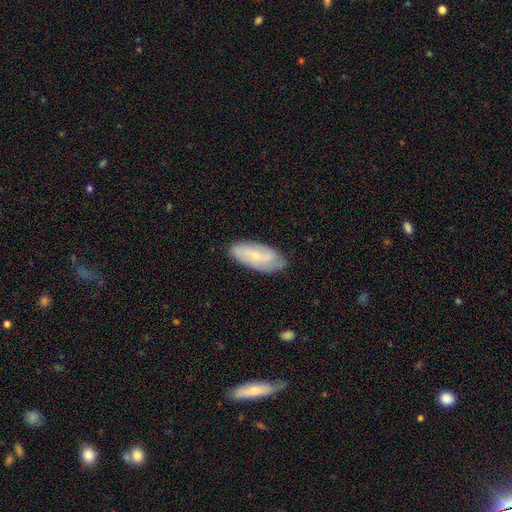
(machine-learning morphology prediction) type=featured or disk (52%); edge-on=no (89%); merging=none (78%).